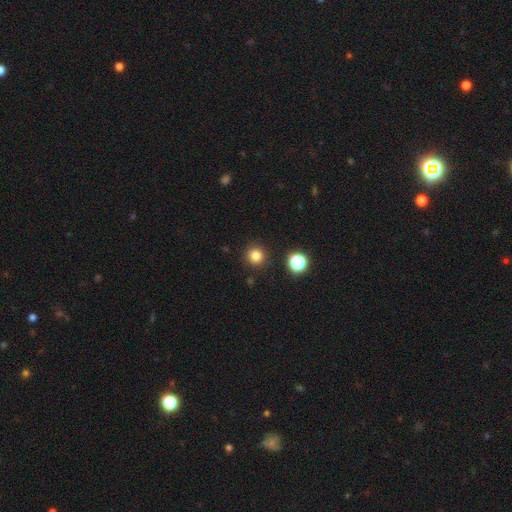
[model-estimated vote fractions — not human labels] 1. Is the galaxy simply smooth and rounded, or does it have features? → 81% smooth, 15% star or artifact, 5% featured or disk.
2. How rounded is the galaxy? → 95% round, 4% in between, 1% cigar-shaped.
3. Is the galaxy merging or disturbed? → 90% none, 6% minor disturbance, 2% major disturbance, 2% merger.